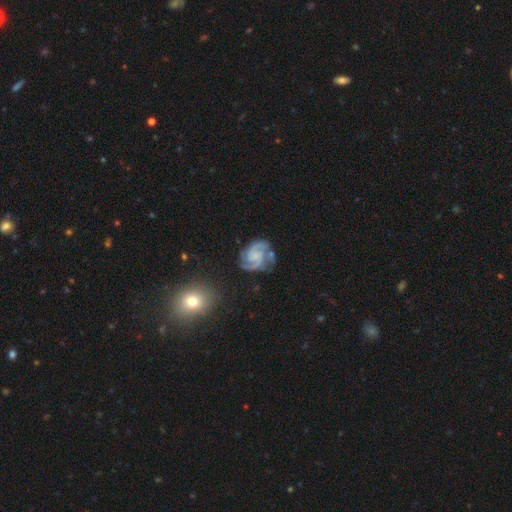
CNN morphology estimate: This is clearly a featured or disk galaxy (88%). It is clearly not viewed edge-on (98%). Bar: possibly no (57%). Spiral arm pattern: clearly yes (98%). Spiral arm count: possibly 2 (58%). Spiral winding: possibly medium (50%). Central bulge: possibly small (45%). Merging: likely none (65%).